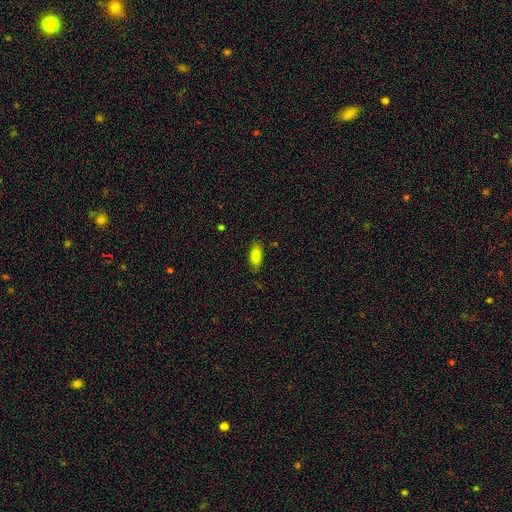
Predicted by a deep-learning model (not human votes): Smooth or featured?
  - smooth: 86% *
  - star or artifact: 8%
  - featured or disk: 6%
How rounded?
  - in between: 84% *
  - cigar-shaped: 14%
  - round: 2%
Merging?
  - none: 81% *
  - minor disturbance: 15%
  - major disturbance: 3%
  - merger: 1%